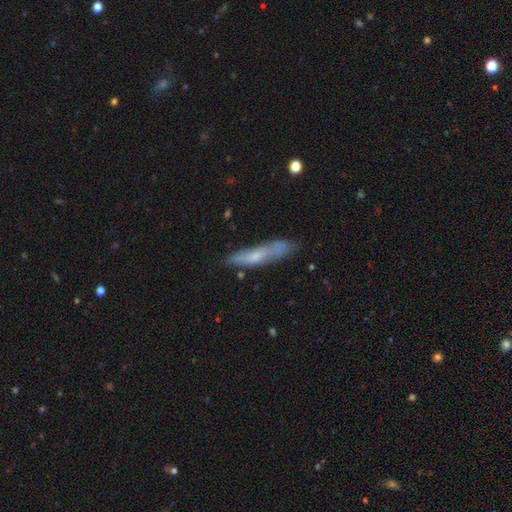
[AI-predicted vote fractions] Smooth or featured?
  - smooth: 57% *
  - featured or disk: 36%
  - star or artifact: 7%
How rounded?
  - cigar-shaped: 85% *
  - in between: 13%
  - round: 2%
Merging?
  - none: 64% *
  - minor disturbance: 24%
  - major disturbance: 7%
  - merger: 4%